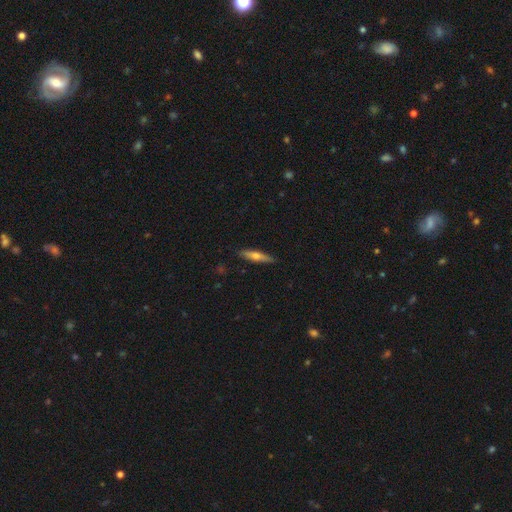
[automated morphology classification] smooth 52%, featured or disk 42%, star or artifact 6%. Down the decision tree: how rounded — cigar-shaped (84%); merging — none (90%).